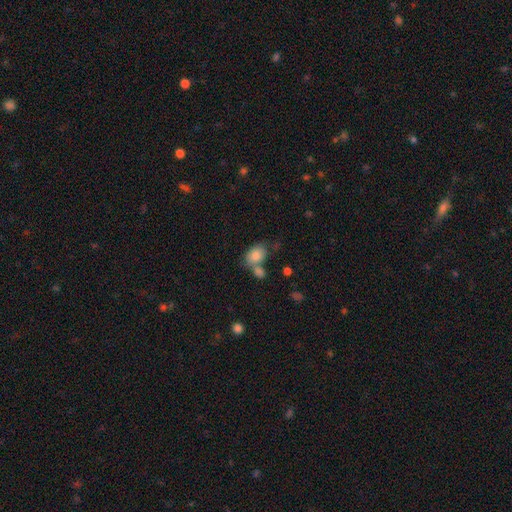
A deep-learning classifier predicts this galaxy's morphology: Q: Smooth or featured?
A: smooth (81%); runner-up: featured or disk (11%)
Q: How rounded?
A: in between (75%); runner-up: round (24%)
Q: Merging?
A: none (45%); runner-up: merger (35%)